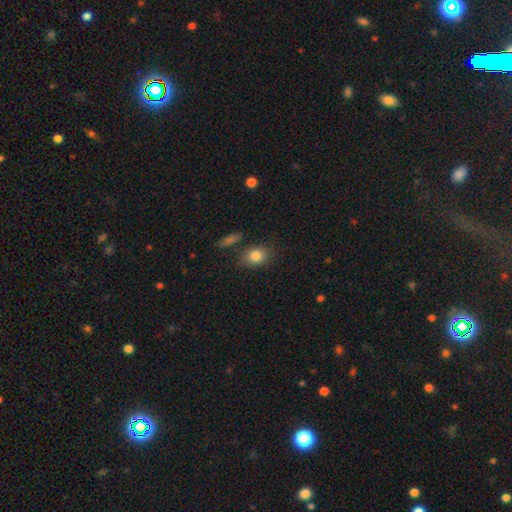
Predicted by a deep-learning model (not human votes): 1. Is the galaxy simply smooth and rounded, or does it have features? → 82% smooth, 9% star or artifact, 8% featured or disk.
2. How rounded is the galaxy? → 58% in between, 40% round, 2% cigar-shaped.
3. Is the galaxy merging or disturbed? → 78% none, 13% minor disturbance, 5% merger, 4% major disturbance.